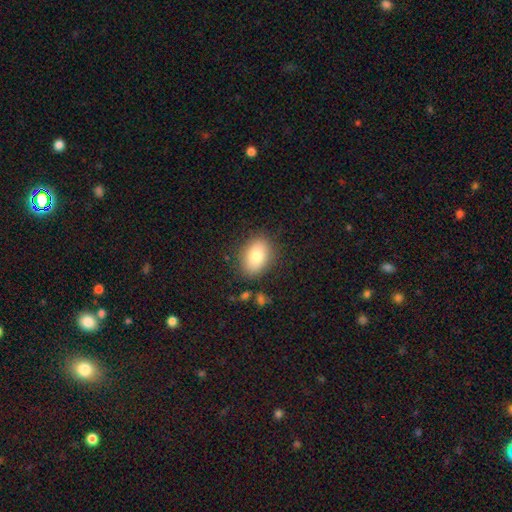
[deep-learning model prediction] smooth-or-featured: smooth: 81% | featured or disk: 12% | star or artifact: 8%
  how-rounded: in between: 84% | round: 15% | cigar-shaped: 2%
  merging: none: 84% | minor disturbance: 11% | major disturbance: 3% | merger: 2%